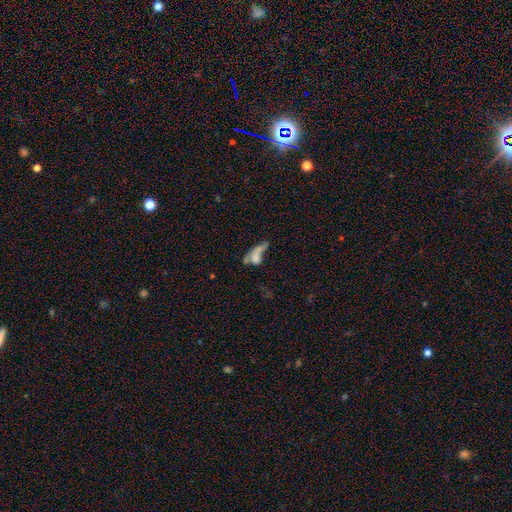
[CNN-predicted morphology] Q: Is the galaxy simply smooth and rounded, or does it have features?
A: smooth — 52%.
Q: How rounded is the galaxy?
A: in between — 62%.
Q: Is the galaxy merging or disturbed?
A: major disturbance — 34%.